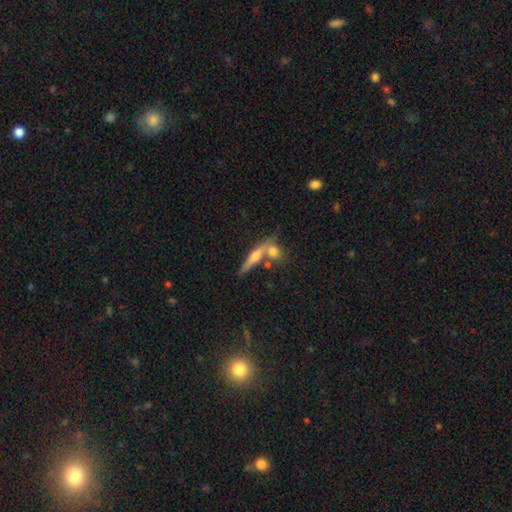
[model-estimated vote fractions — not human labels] A featured or disk galaxy (52%) viewed edge-on (91%).

Vote fractions:
- Smooth or featured? featured or disk: 52% / smooth: 40% / star or artifact: 8%
- Edge-on disk? yes: 91% / no: 9%
- Merging? none: 55% / merger: 29% / minor disturbance: 11% / major disturbance: 5%